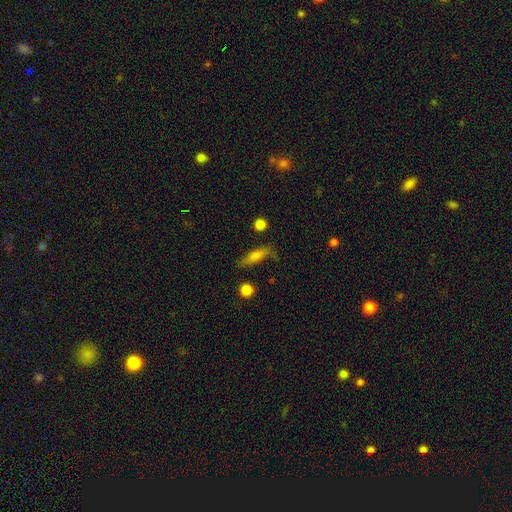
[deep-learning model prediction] Q: Smooth or featured?
A: smooth (65%); runner-up: featured or disk (26%)
Q: How rounded?
A: cigar-shaped (60%); runner-up: in between (36%)
Q: Merging?
A: none (73%); runner-up: minor disturbance (19%)